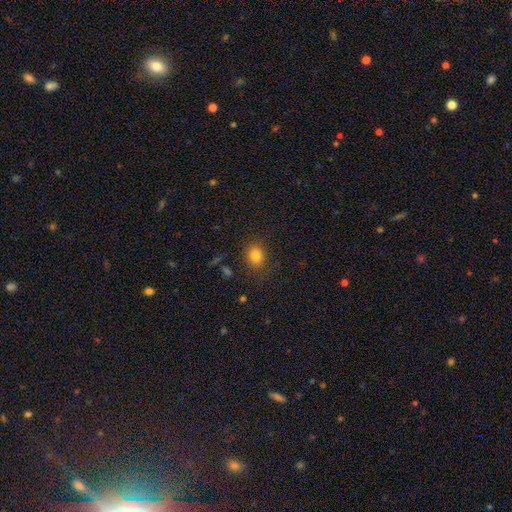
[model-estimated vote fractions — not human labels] A smooth galaxy with no disk features (82%) that is round (59%).

Vote fractions:
- Smooth or featured? smooth: 82% / star or artifact: 12% / featured or disk: 6%
- How rounded? round: 59% / in between: 40% / cigar-shaped: 1%
- Merging? none: 83% / minor disturbance: 12% / major disturbance: 4% / merger: 2%